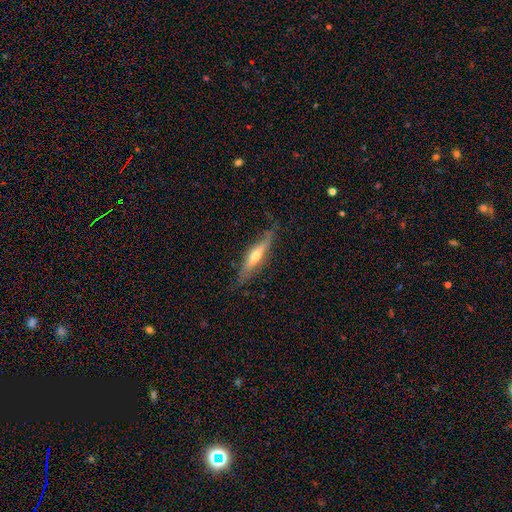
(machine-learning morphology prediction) Smooth or featured? featured or disk (58%)
Edge-on disk? yes (87%)
Edge-on bulge? rounded (85%)
Merging? none (73%)